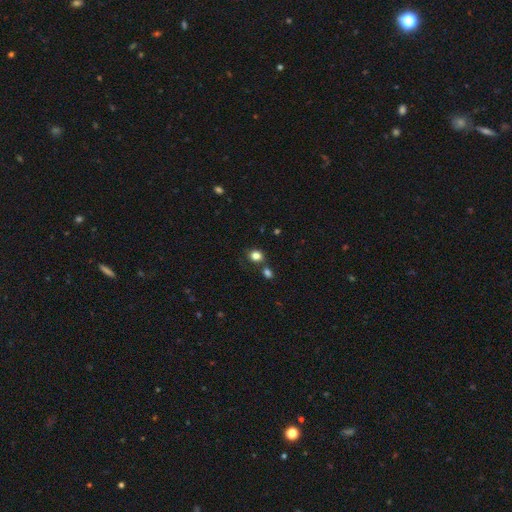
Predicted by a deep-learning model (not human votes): This appears to be a smooth galaxy with no disk features (82%) that is round (62%). Merging: none (69%).